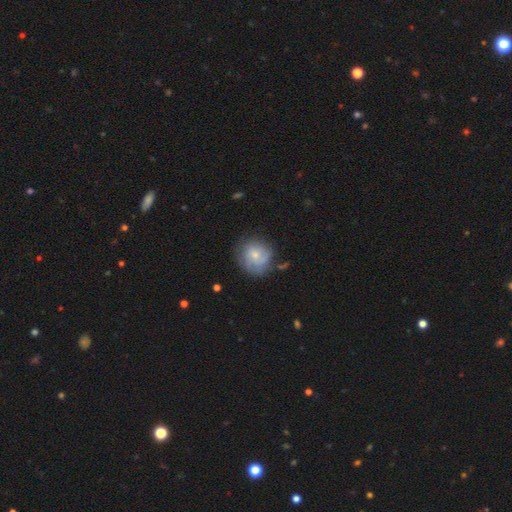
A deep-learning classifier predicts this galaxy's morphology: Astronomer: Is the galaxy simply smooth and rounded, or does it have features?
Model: smooth — 54% (runner-up: featured or disk, 38%).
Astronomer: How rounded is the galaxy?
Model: round — 86%.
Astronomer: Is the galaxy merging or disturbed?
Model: none — 64%.